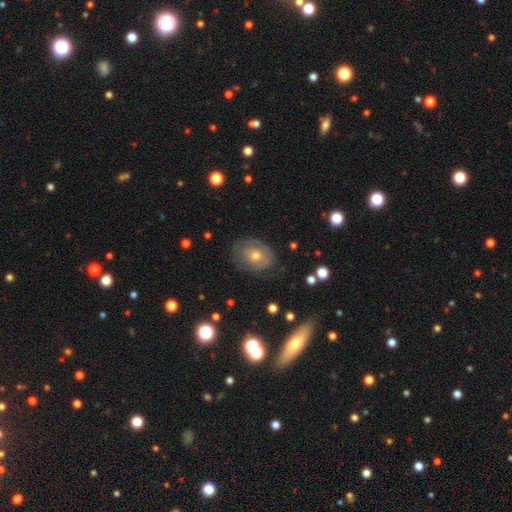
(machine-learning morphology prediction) smooth_or_featured: featured or disk (p=0.53) [alt: smooth p=0.36]
disk_edge_on: no (p=0.94) [alt: yes p=0.06]
merging: none (p=0.74) [alt: minor disturbance p=0.17]